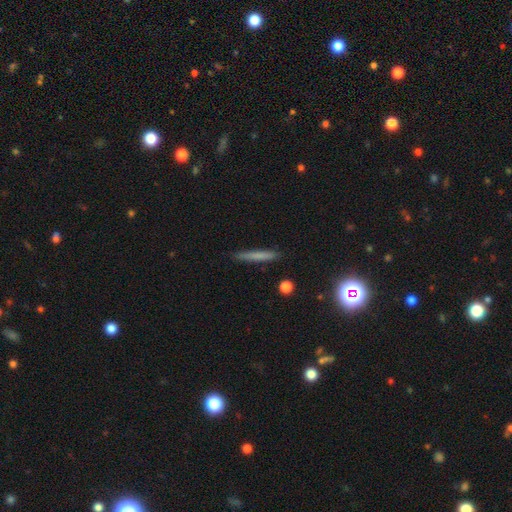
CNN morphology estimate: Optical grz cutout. It shows a smooth galaxy with no disk features (65%) that is cigar-shaped (95%). Merging: none (89%).